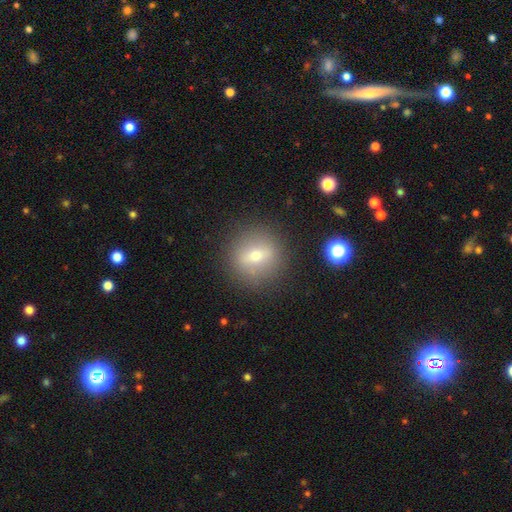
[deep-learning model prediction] smooth_or_featured: smooth (p=0.52) [alt: featured or disk p=0.36]
how_rounded: round (p=0.83) [alt: in between p=0.14]
merging: none (p=0.87) [alt: minor disturbance p=0.08]